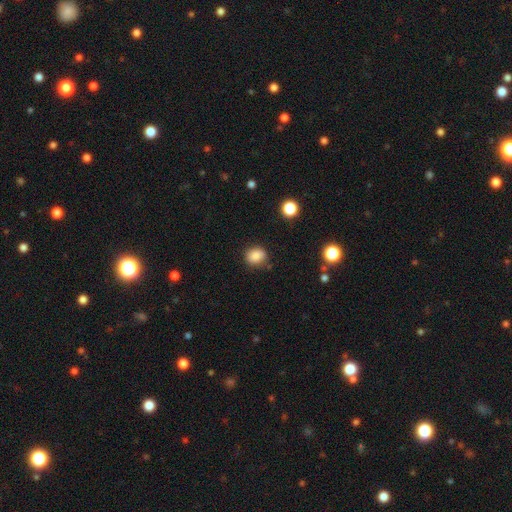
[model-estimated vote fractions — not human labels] A smooth galaxy with no disk features (85%) that is round (62%). Merging: none (79%).